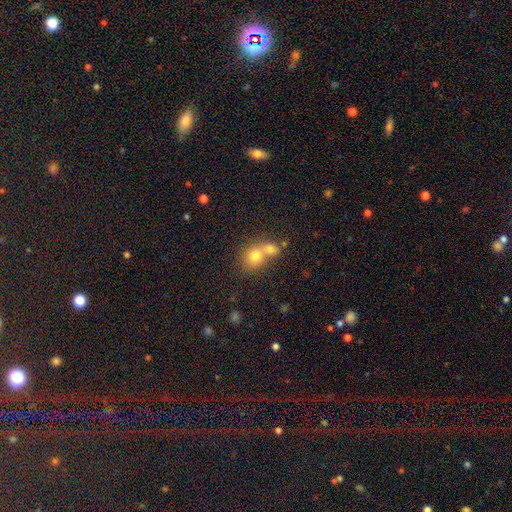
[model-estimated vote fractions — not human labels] Smooth or featured: smooth — 75% (featured or disk — 14%)
How rounded: round — 72% (in between — 27%)
Merging: merger — 62% (none — 29%)